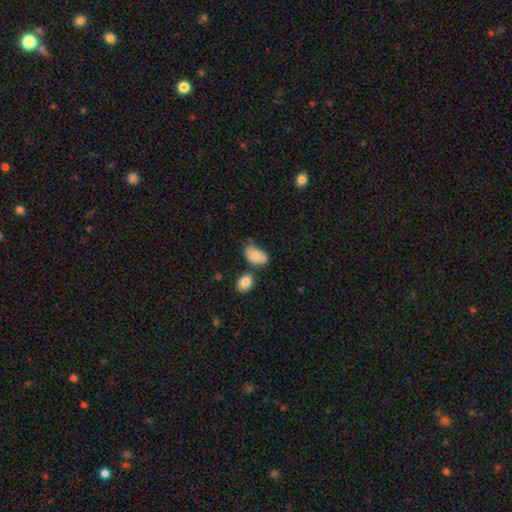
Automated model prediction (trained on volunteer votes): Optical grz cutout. It shows a smooth galaxy with no disk features (80%) that is in between round and cigar-shaped (92%). Merging: none (49%).